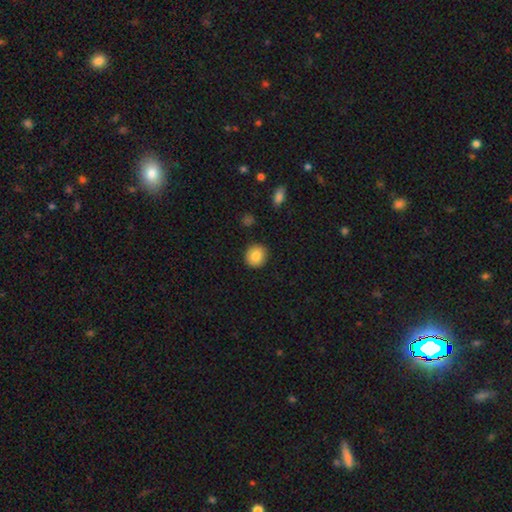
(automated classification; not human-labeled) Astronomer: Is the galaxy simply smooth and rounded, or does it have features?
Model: smooth — 86%.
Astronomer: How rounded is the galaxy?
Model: round — 84%.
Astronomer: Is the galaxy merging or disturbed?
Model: none — 89%.